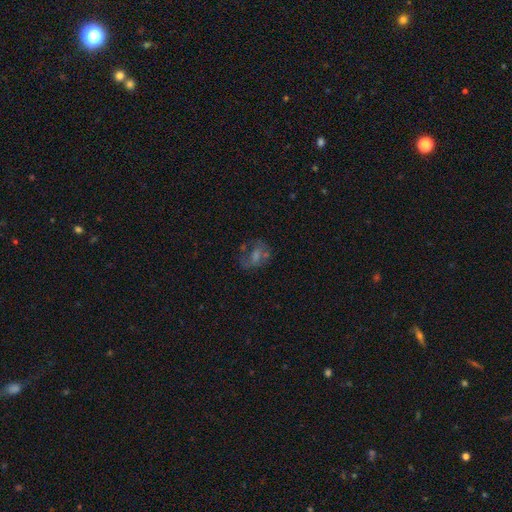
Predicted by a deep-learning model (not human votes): This appears to be a featured or disk galaxy (46%). Merging: none (56%).